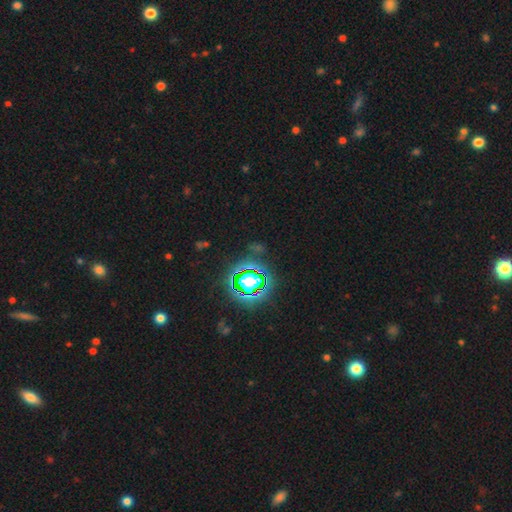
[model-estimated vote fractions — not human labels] smooth-or-featured: star or artifact: 82% | smooth: 11% | featured or disk: 7%